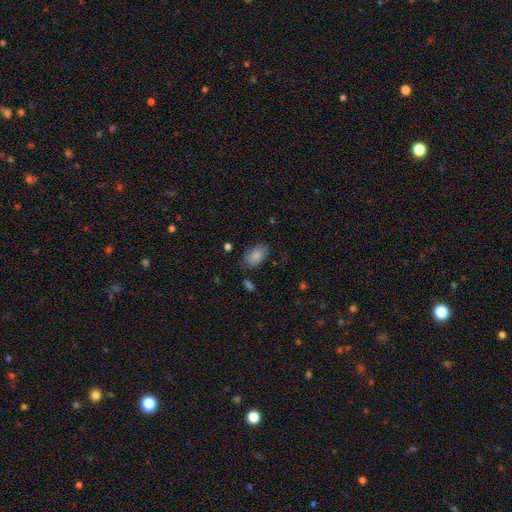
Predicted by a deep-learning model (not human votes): This appears to be a smooth galaxy with no disk features (84%) that is in between round and cigar-shaped (92%). Merging: none (71%).